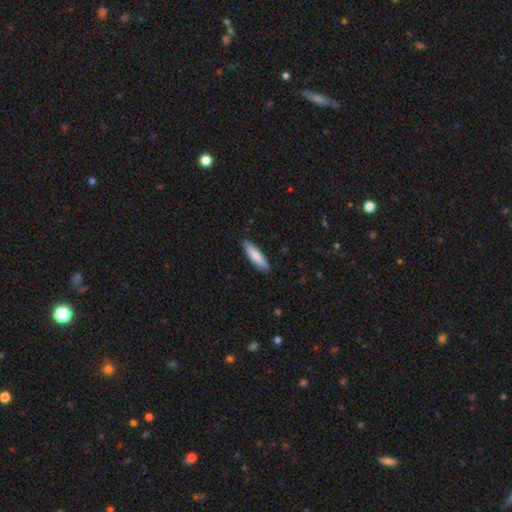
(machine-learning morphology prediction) This appears to be a smooth galaxy with no disk features (83%) that is cigar-shaped (70%). Merging: none (88%).